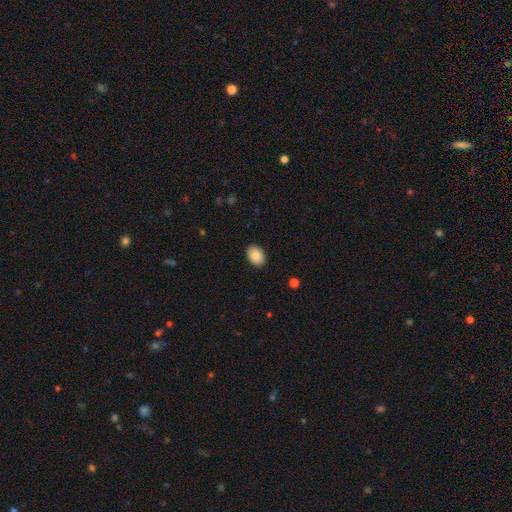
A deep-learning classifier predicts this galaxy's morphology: Smooth or featured? Predicted: smooth (p=0.86). How rounded? Predicted: in between (p=0.76). Merging? Predicted: none (p=0.89).